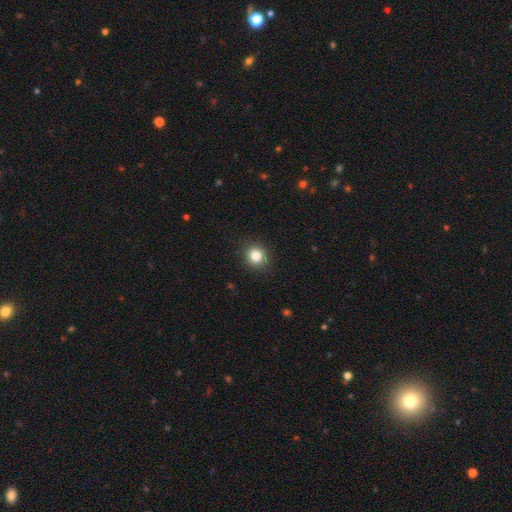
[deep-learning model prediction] A smooth galaxy with no disk features (84%) that is round (80%). Merging: none (89%).